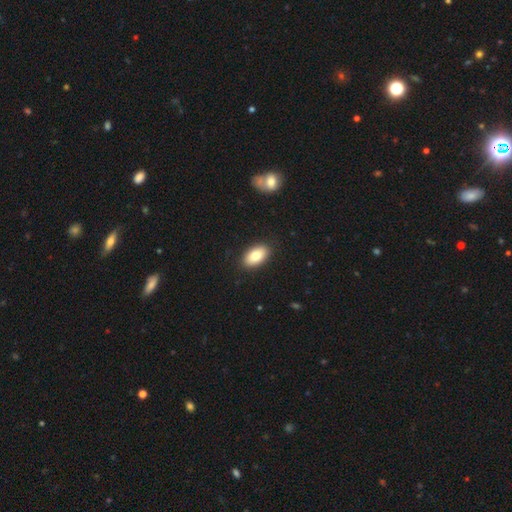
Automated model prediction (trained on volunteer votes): This is clearly a smooth galaxy (82%). How rounded: clearly in between (93%). Merging: clearly none (89%).